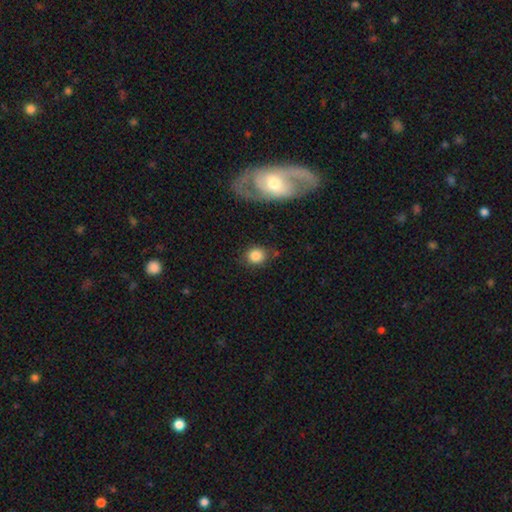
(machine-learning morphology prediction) Smooth or featured?
  - smooth: 84% *
  - star or artifact: 9%
  - featured or disk: 7%
How rounded?
  - round: 68% *
  - in between: 31%
  - cigar-shaped: 2%
Merging?
  - none: 76% *
  - minor disturbance: 15%
  - major disturbance: 5%
  - merger: 4%